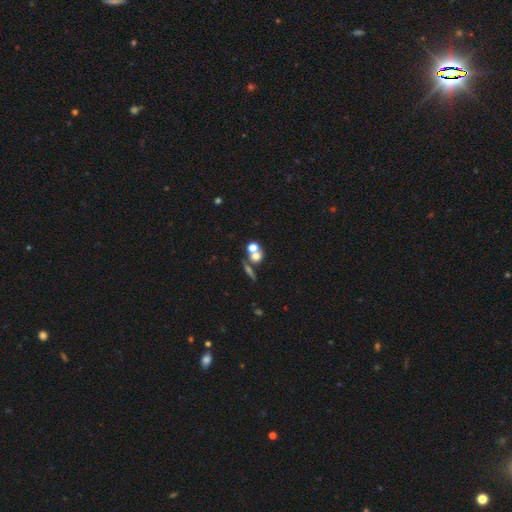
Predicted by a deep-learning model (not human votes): Morphology: type=smooth (58%); roundness=round (70%); merging=none (44%).